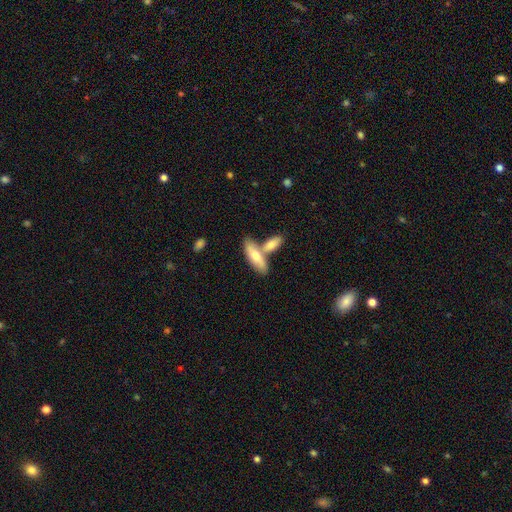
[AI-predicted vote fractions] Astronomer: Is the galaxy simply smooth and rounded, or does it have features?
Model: smooth — 66%.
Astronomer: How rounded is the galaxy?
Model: in between — 60% (runner-up: cigar-shaped, 38%).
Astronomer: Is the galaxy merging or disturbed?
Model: none — 44% (runner-up: merger, 43%).